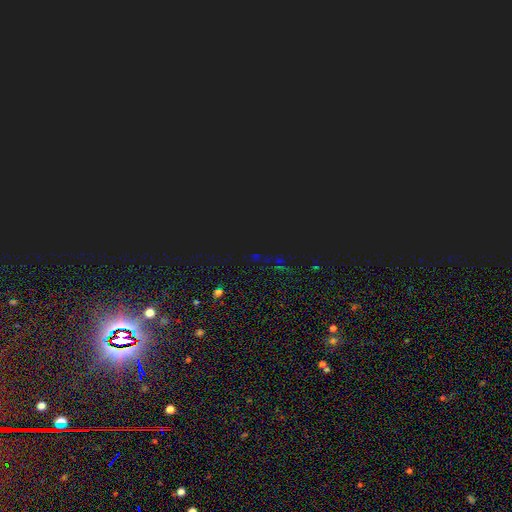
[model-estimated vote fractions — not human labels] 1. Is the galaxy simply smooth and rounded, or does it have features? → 80% star or artifact, 14% smooth, 7% featured or disk.